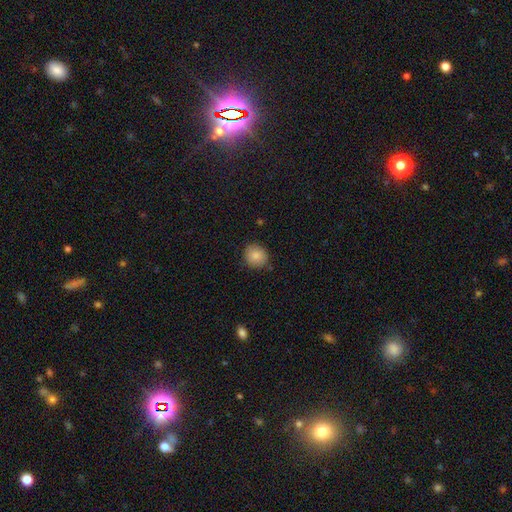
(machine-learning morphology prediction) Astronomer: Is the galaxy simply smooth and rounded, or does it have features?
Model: smooth — 85%.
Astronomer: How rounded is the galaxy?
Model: round — 83%.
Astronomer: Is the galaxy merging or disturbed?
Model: none — 84%.